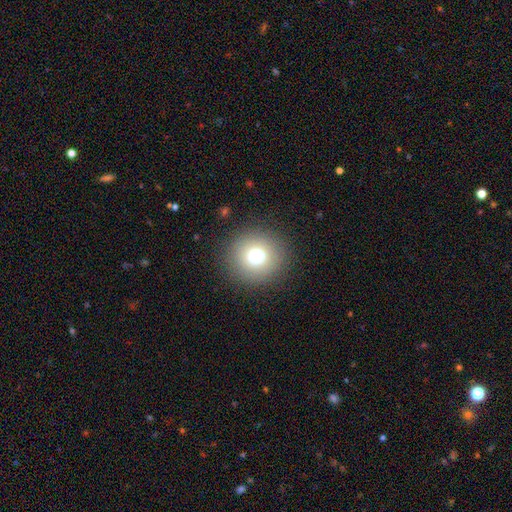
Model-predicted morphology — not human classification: The model was most divided on "smooth or featured": smooth: 75%, star or artifact: 14%, featured or disk: 11%. More confident: how rounded — round (92%); merging — none (88%).